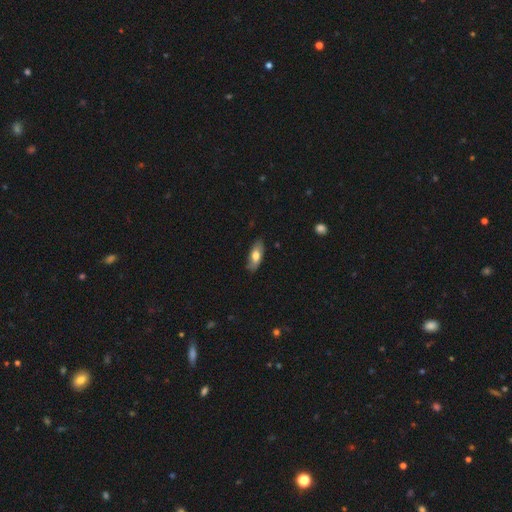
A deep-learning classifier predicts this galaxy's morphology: A smooth galaxy with no disk features (67%) that is in between round and cigar-shaped (79%). Merging: none (83%).